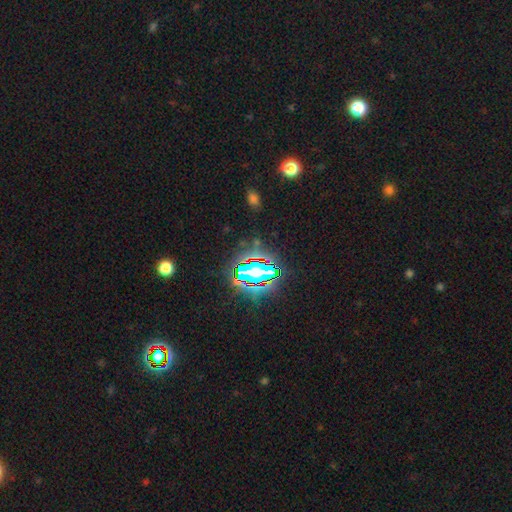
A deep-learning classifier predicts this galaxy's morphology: star or artifact 81%, smooth 11%, featured or disk 8%.